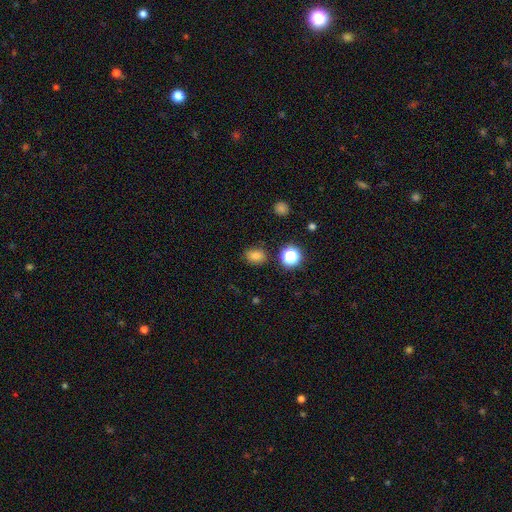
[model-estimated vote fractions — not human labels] Smooth or featured: smooth — 77% (star or artifact — 17%)
How rounded: in between — 54% (round — 45%)
Merging: none — 81% (minor disturbance — 12%)